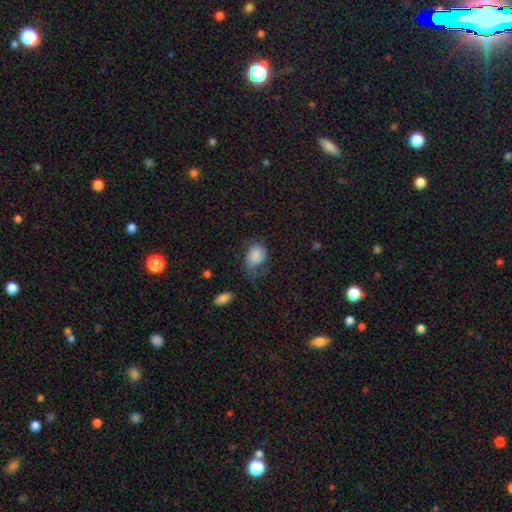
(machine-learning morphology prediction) Smooth or featured? smooth (70%)
How rounded? in between (64%)
Merging? major disturbance (38%)